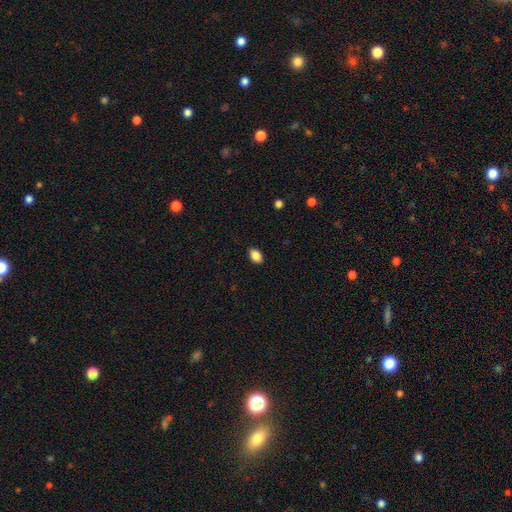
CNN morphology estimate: Q: Smooth or featured?
A: smooth (86%); runner-up: star or artifact (8%)
Q: How rounded?
A: in between (88%); runner-up: round (10%)
Q: Merging?
A: none (88%); runner-up: minor disturbance (9%)